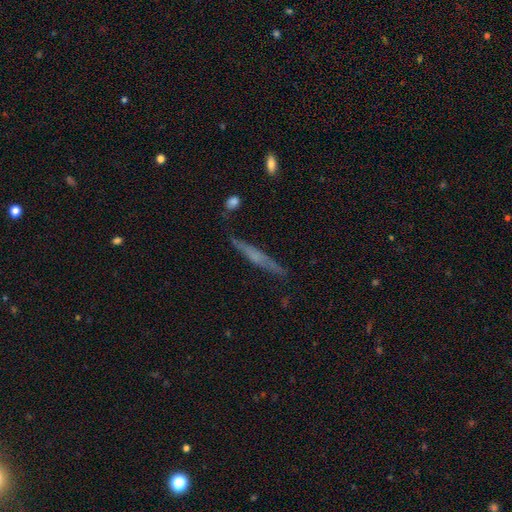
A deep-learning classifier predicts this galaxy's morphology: A featured or disk galaxy (55%) viewed edge-on (93%) with no central bulge (50%). Merging: none (81%).